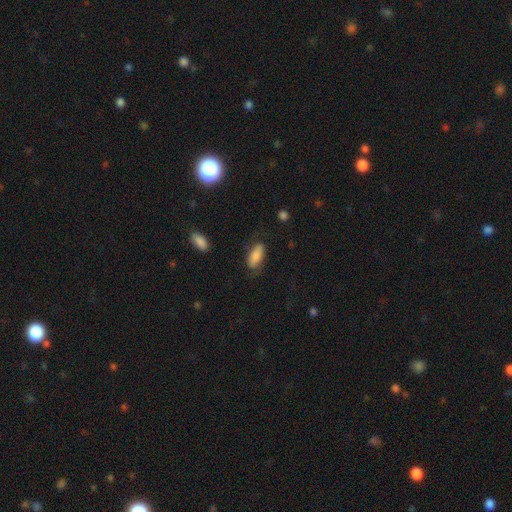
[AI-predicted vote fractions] smooth 83%, featured or disk 11%, star or artifact 7%. Down the decision tree: how rounded — in between (83%); merging — none (70%).